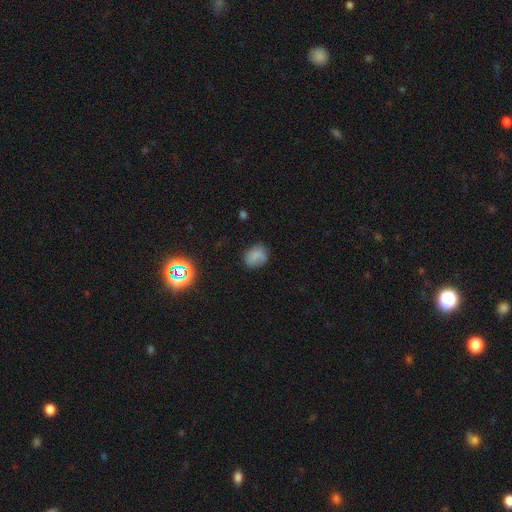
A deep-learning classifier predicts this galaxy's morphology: This appears to be a smooth galaxy with no disk features (74%) that is round (53%). Merging: none (67%).